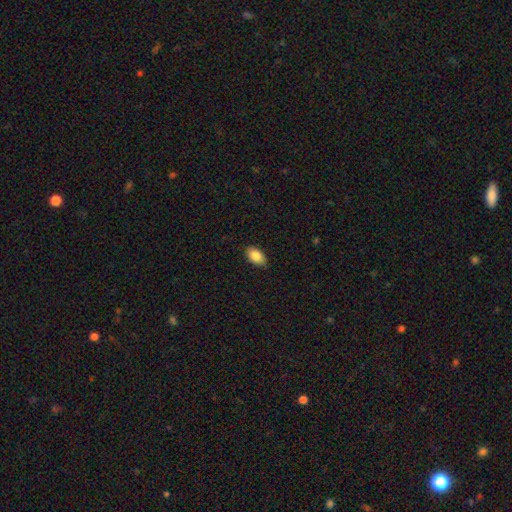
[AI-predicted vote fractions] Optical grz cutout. It shows a smooth galaxy with no disk features (86%) that is in between round and cigar-shaped (93%). Merging: none (85%).